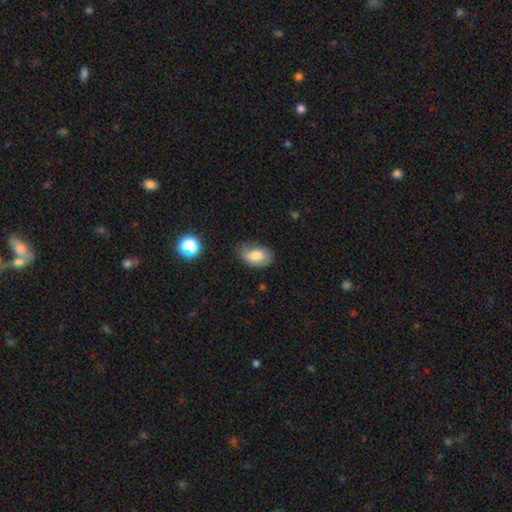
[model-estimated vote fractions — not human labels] This is likely a smooth galaxy (74%). How rounded: clearly in between (88%). Merging: likely none (62%).